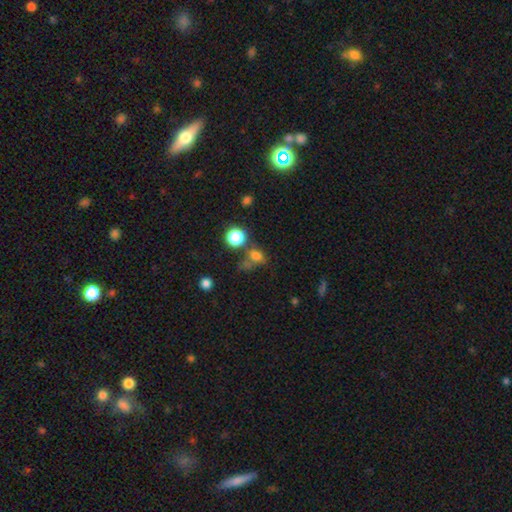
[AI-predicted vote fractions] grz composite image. It shows a smooth galaxy with no disk features (71%) that is round (52%). Merging: none (51%).